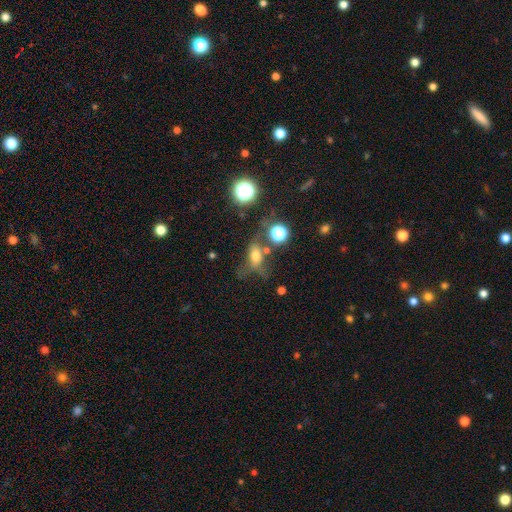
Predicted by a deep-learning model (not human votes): smooth 58%, featured or disk 22%, star or artifact 20%. Down the decision tree: how rounded — in between (68%); merging — none (40%).